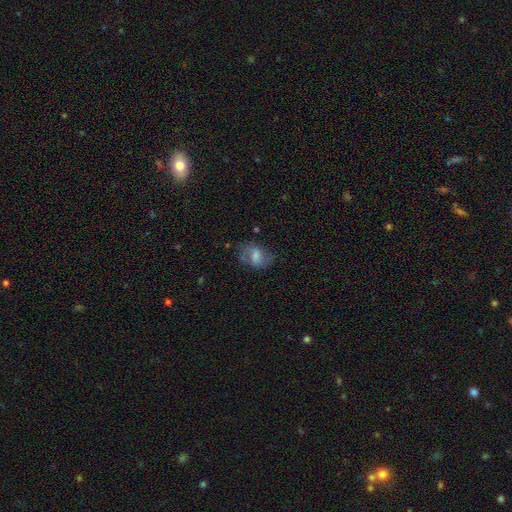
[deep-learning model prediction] The model was most divided on "smooth or featured": smooth: 56%, featured or disk: 36%, star or artifact: 8%. More confident: how rounded — in between (73%); merging — none (56%).